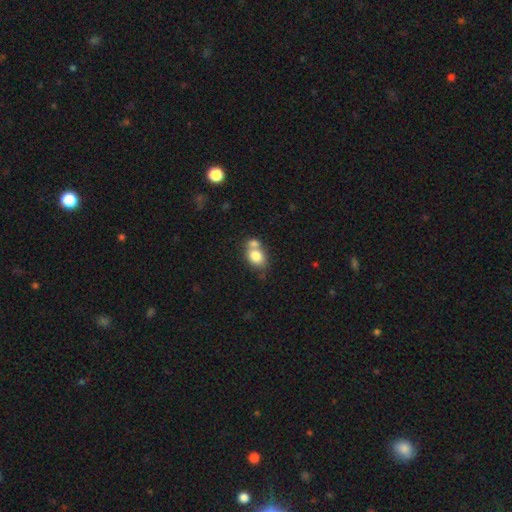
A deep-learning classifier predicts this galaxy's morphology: smooth 78%, featured or disk 13%, star or artifact 9%. Down the decision tree: how rounded — in between (66%); merging — merger (45%).